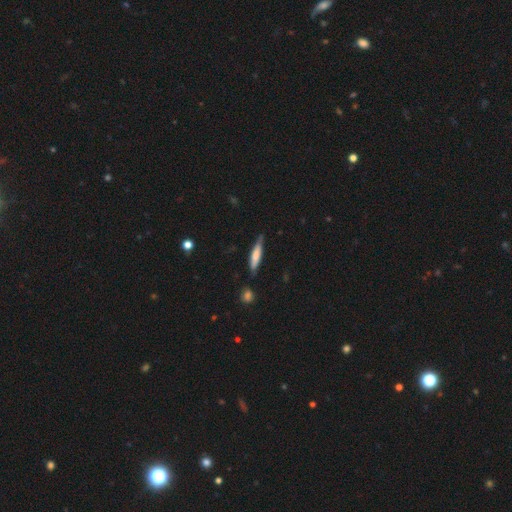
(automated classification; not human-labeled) Q: Smooth or featured?
A: smooth (61%); runner-up: featured or disk (33%)
Q: How rounded?
A: cigar-shaped (83%); runner-up: in between (15%)
Q: Merging?
A: none (71%); runner-up: minor disturbance (22%)